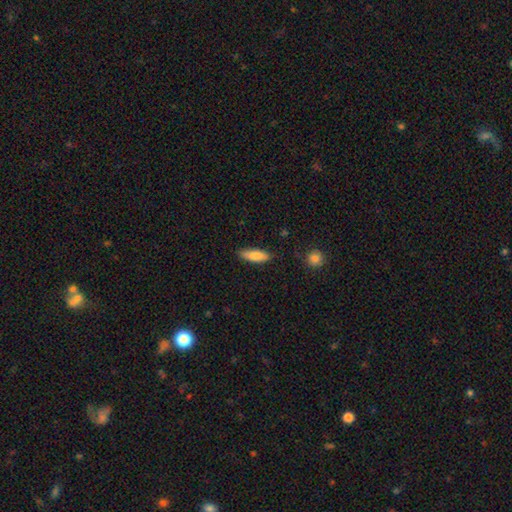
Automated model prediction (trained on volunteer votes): The model was most divided on "how rounded": in between: 54%, cigar-shaped: 44%, round: 2%. More confident: smooth or featured — smooth (83%); merging — none (82%).